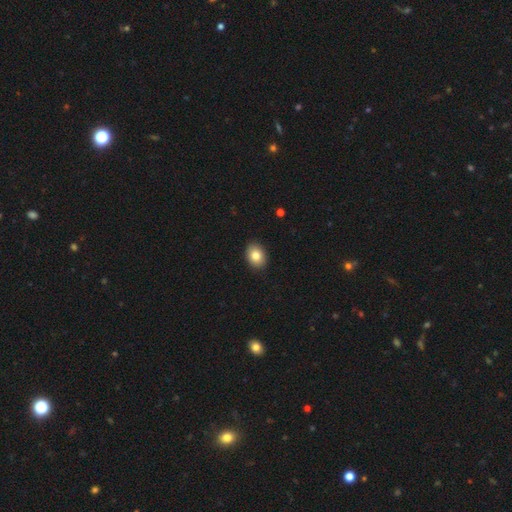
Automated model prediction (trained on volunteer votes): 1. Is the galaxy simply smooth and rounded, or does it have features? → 82% smooth, 9% featured or disk, 9% star or artifact.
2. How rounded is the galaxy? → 63% in between, 36% round, 1% cigar-shaped.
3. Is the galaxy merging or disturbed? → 90% none, 7% minor disturbance, 2% major disturbance, 1% merger.